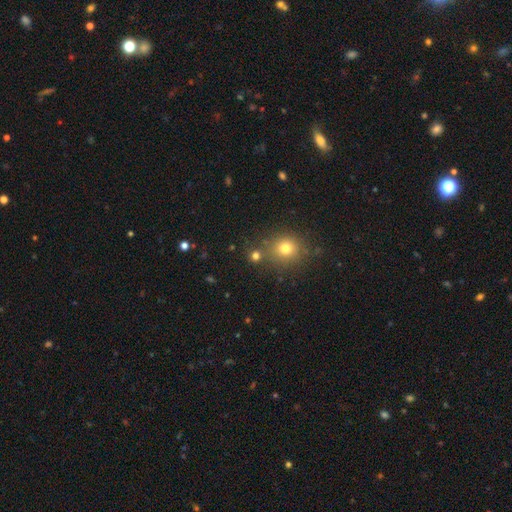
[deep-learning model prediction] Q: Smooth or featured?
A: smooth (70%); runner-up: star or artifact (23%)
Q: How rounded?
A: round (88%); runner-up: in between (11%)
Q: Merging?
A: none (73%); runner-up: merger (15%)